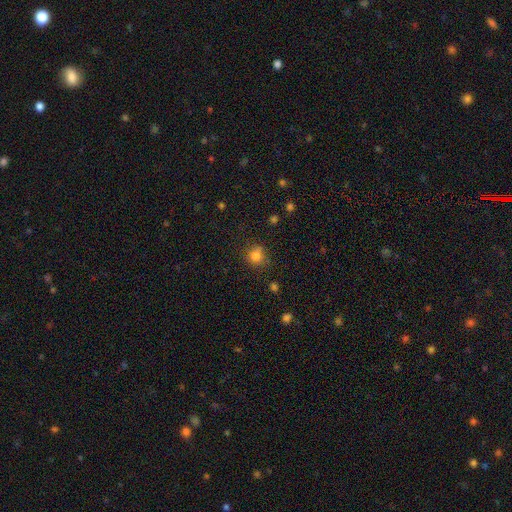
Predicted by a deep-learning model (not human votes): Overall: smooth (82%). How rounded: round (83%). Merging: none (75%).